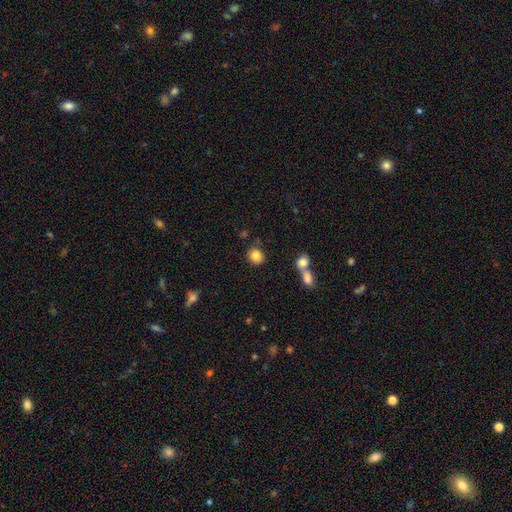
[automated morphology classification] type=smooth (85%); roundness=round (79%); merging=none (77%).